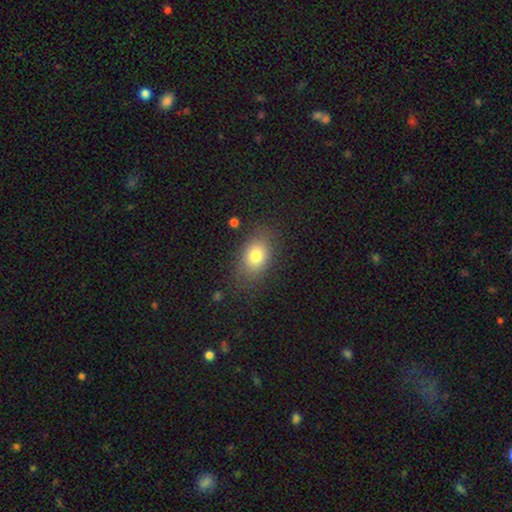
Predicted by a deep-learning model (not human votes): A smooth galaxy with no disk features (79%) that is in between round and cigar-shaped (75%). Merging: none (78%).